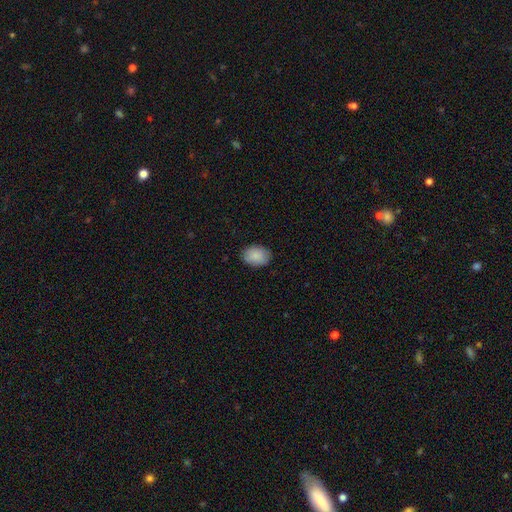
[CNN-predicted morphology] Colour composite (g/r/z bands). It shows a smooth galaxy with no disk features (89%) that is in between round and cigar-shaped (78%). Merging: none (86%).